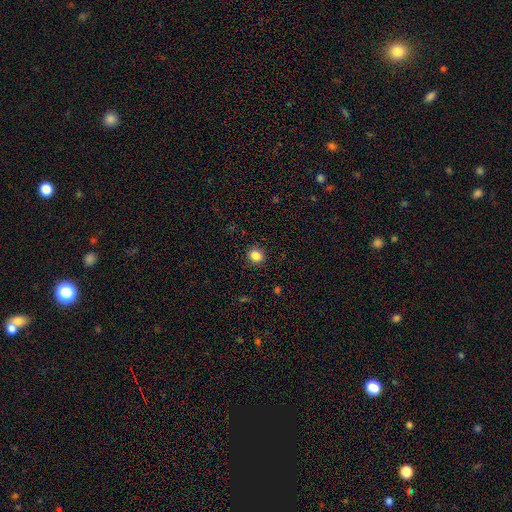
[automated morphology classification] type=smooth (85%); roundness=round (80%); merging=none (90%).